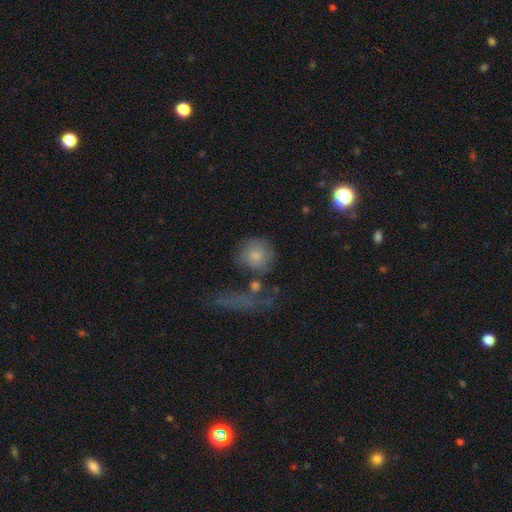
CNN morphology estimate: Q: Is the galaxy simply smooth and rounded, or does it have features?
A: smooth — 74%.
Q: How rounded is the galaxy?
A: round — 88%.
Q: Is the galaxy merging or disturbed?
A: none — 52%.